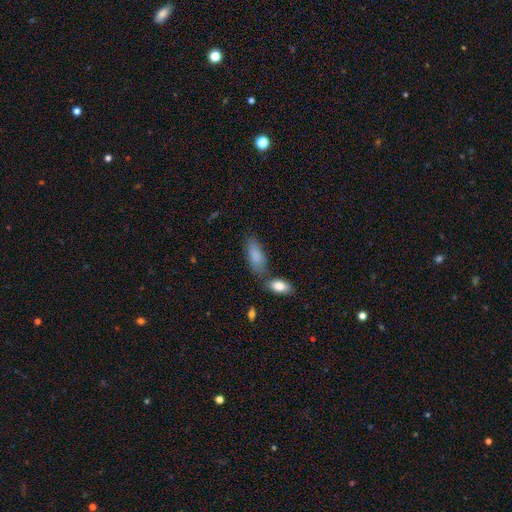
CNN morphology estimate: This is clearly a smooth galaxy (84%). How rounded: clearly in between (81%). Merging: possibly none (60%).